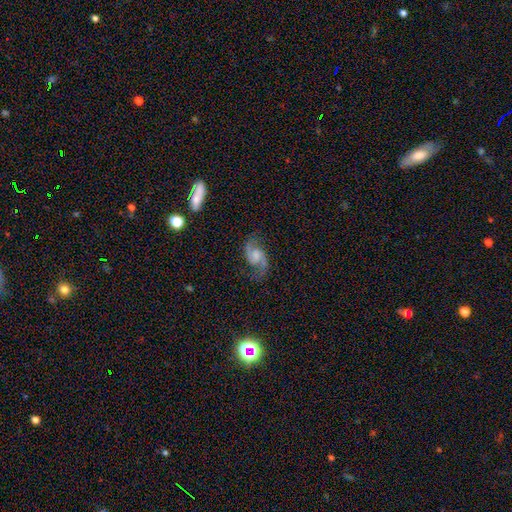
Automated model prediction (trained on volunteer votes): smooth-or-featured: featured or disk: 86% | smooth: 8% | star or artifact: 6%
  disk-edge-on: no: 98% | yes: 2%
    bar: no: 56% | weak: 38% | strong: 7%
    has-spiral-arms: yes: 97% | no: 3%
      spiral-winding: medium: 48% | loose: 43% | tight: 10%
      spiral-arm-count: 2: 93% | can't tell: 2% | 1: 2% | 3: 1% | 4: 1% | more than 4: 1%
    bulge-size: moderate: 32% | small: 30% | none: 25% | large: 11% | dominant: 2%
  merging: none: 76% | minor disturbance: 15% | major disturbance: 8% | merger: 2%